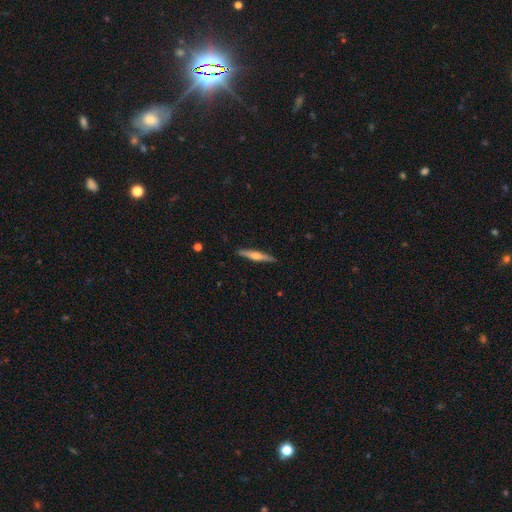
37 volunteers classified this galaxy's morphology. A featured or disk galaxy (70%) viewed edge-on (100%) with a rounded central bulge (88%).

Vote fractions:
- Smooth or featured? featured or disk: 70% / smooth: 24% / star or artifact: 5%
- Edge-on disk? yes: 100% / no: 0%
- Edge-on bulge? rounded: 88% / boxy: 8% / none: 4%
- Merging? none: 91% / minor disturbance: 9% / major disturbance: 0% / merger: 0%